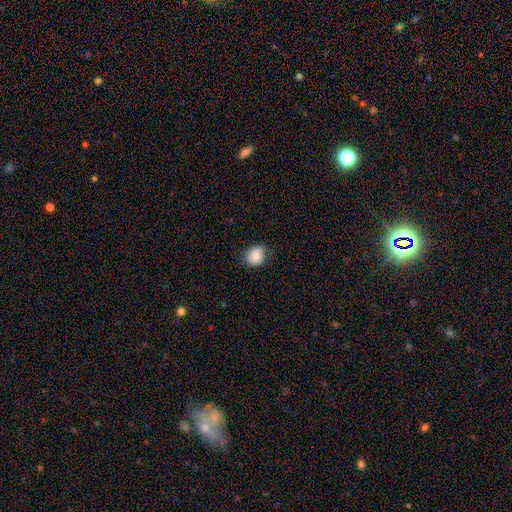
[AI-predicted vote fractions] Smooth or featured? smooth (84%)
How rounded? round (59%)
Merging? none (82%)